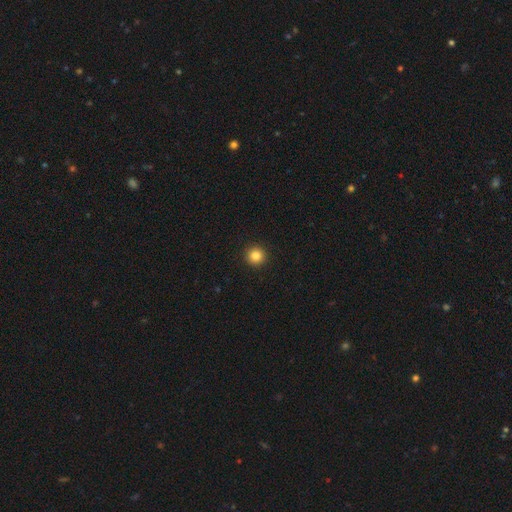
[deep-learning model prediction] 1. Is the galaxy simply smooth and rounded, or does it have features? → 84% smooth, 11% star or artifact, 5% featured or disk.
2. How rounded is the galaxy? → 95% round, 4% in between, 1% cigar-shaped.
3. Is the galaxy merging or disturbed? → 94% none, 4% minor disturbance, 1% major disturbance, 1% merger.